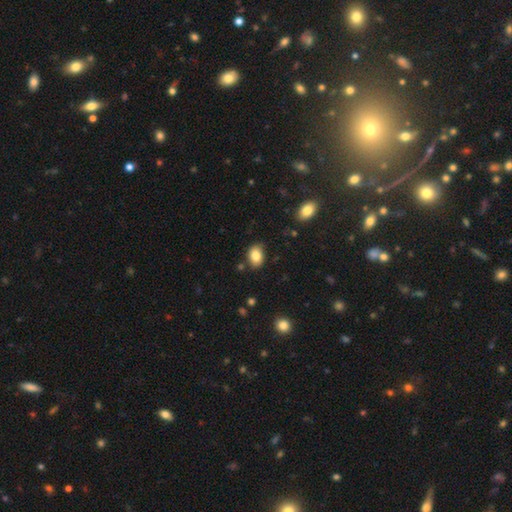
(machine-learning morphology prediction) A smooth galaxy with no disk features (84%) that is in between round and cigar-shaped (78%).

Vote fractions:
- Smooth or featured? smooth: 84% / star or artifact: 8% / featured or disk: 7%
- How rounded? in between: 78% / round: 21% / cigar-shaped: 1%
- Merging? none: 82% / minor disturbance: 13% / major disturbance: 3% / merger: 2%